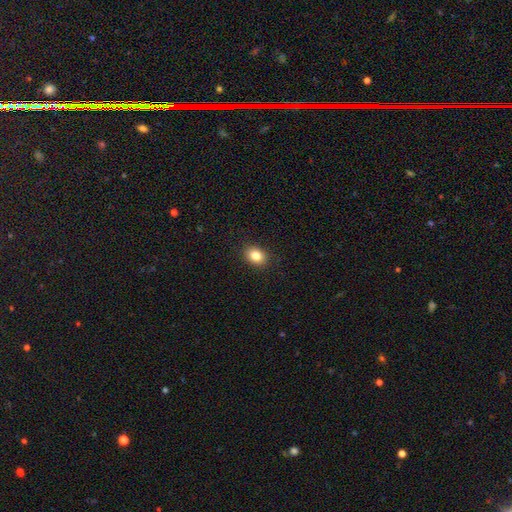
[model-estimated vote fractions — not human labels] smooth_or_featured: smooth (p=0.83) [alt: star or artifact p=0.10]
how_rounded: in between (p=0.62) [alt: round p=0.37]
merging: none (p=0.90) [alt: minor disturbance p=0.07]